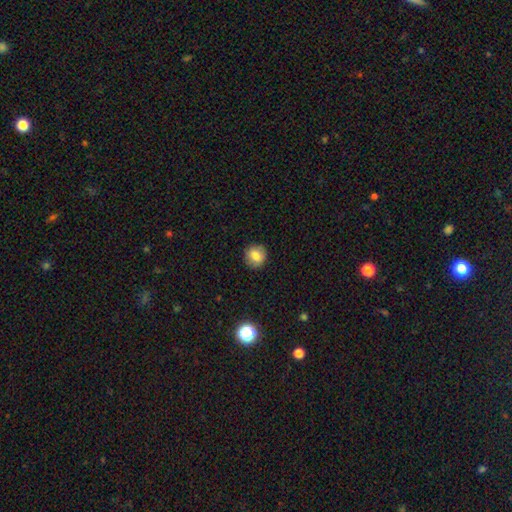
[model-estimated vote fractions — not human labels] This appears to be a smooth galaxy with no disk features (80%) that is round (91%). Merging: none (90%).